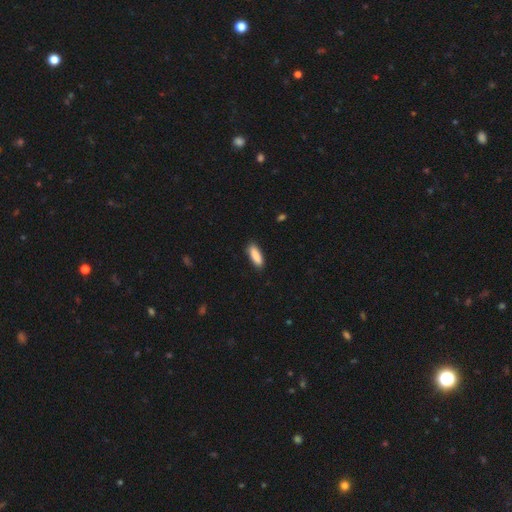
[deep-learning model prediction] Smooth or featured?
  - smooth: 89% *
  - star or artifact: 6%
  - featured or disk: 5%
How rounded?
  - in between: 59% *
  - cigar-shaped: 39%
  - round: 2%
Merging?
  - none: 87% *
  - minor disturbance: 10%
  - major disturbance: 2%
  - merger: 1%